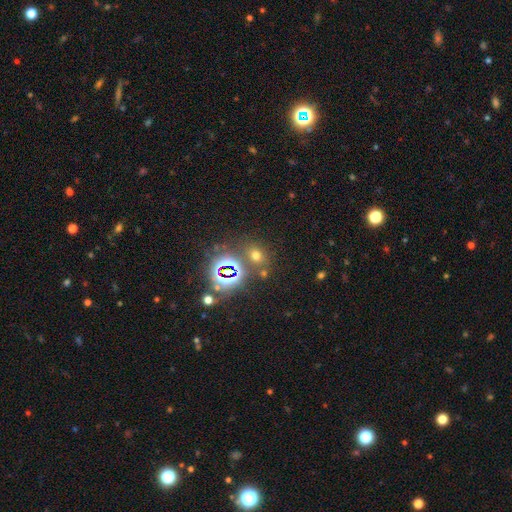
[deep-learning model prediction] A smooth galaxy with no disk features (54%) that is round (59%). Merging: none (76%).